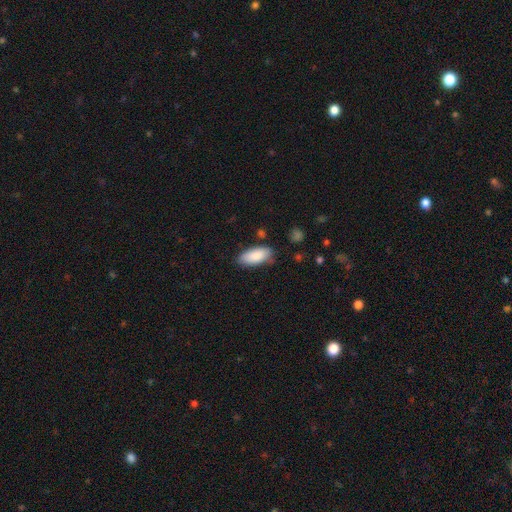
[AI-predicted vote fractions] Smooth or featured? Predicted: smooth (p=0.88). How rounded? Predicted: in between (p=0.88). Merging? Predicted: none (p=0.76).